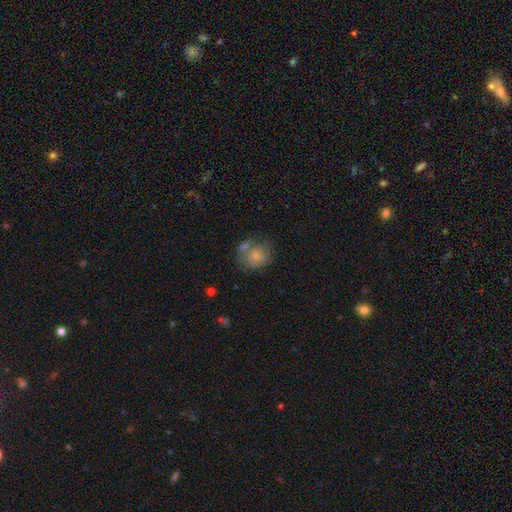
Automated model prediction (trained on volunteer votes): A smooth galaxy with no disk features (69%) that is round (66%). Merging: none (37%).